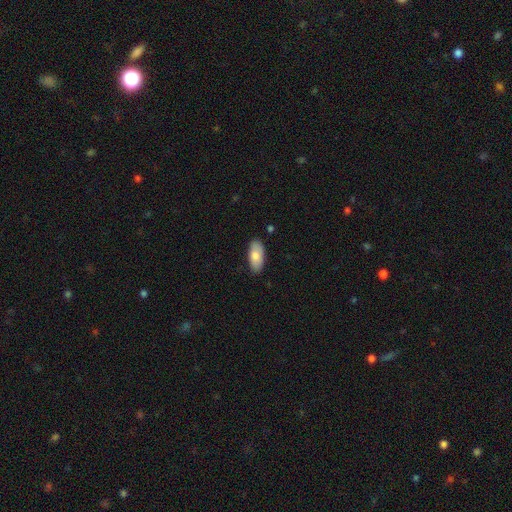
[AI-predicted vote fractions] Overall: smooth (79%). How rounded: in between (91%). Merging: none (86%).